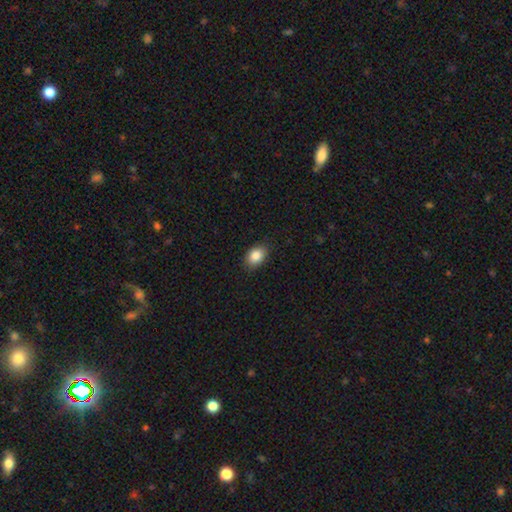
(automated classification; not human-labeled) Q: Smooth or featured?
A: smooth (86%); runner-up: star or artifact (8%)
Q: How rounded?
A: in between (78%); runner-up: round (21%)
Q: Merging?
A: none (86%); runner-up: minor disturbance (11%)